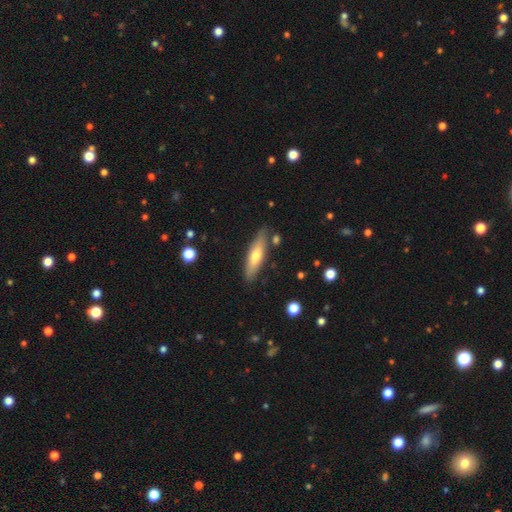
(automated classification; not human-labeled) smooth_or_featured: smooth (p=0.60) [alt: featured or disk p=0.34]
how_rounded: cigar-shaped (p=0.59) [alt: in between p=0.39]
merging: none (p=0.80) [alt: minor disturbance p=0.13]